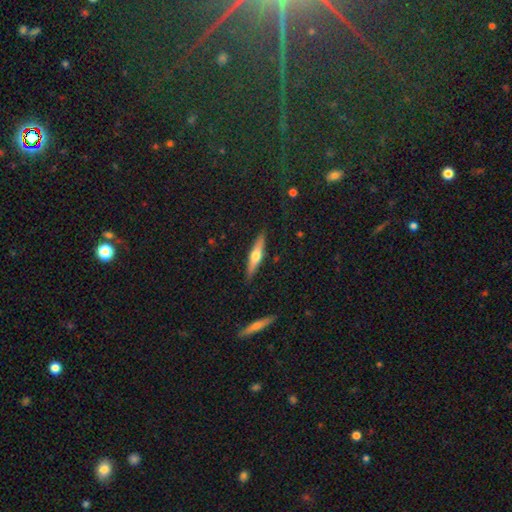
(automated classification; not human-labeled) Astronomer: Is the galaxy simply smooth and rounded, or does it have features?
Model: featured or disk — 53% (runner-up: smooth, 41%).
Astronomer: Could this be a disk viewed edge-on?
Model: yes — 94%.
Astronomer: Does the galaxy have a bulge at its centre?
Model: rounded — 91%.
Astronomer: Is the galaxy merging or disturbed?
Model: none — 89%.